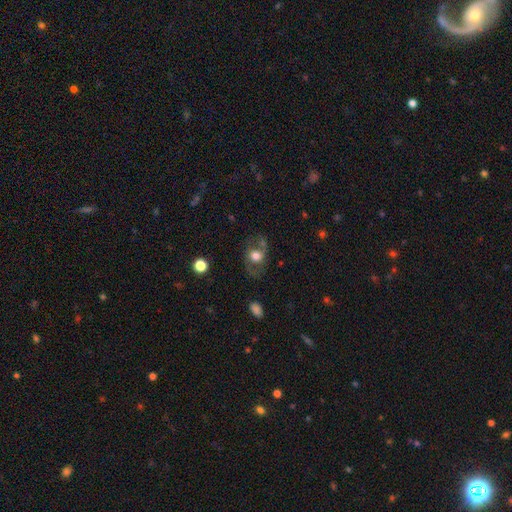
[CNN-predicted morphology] This appears to be a featured or disk galaxy (48%). Merging: none (62%).